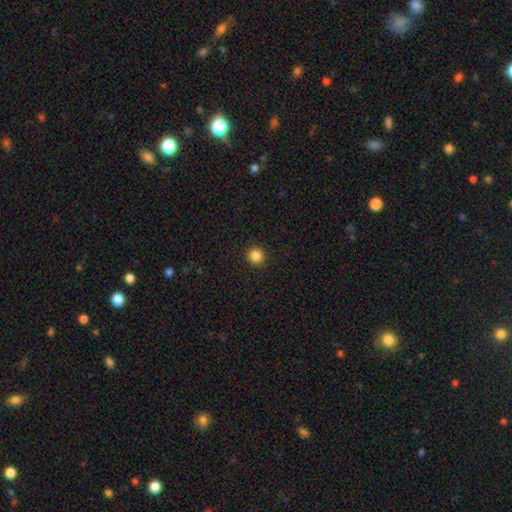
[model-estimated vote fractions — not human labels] smooth-or-featured: smooth: 86% | star or artifact: 11% | featured or disk: 3%
  how-rounded: round: 94% | in between: 5% | cigar-shaped: 1%
  merging: none: 93% | minor disturbance: 4% | major disturbance: 2% | merger: 1%